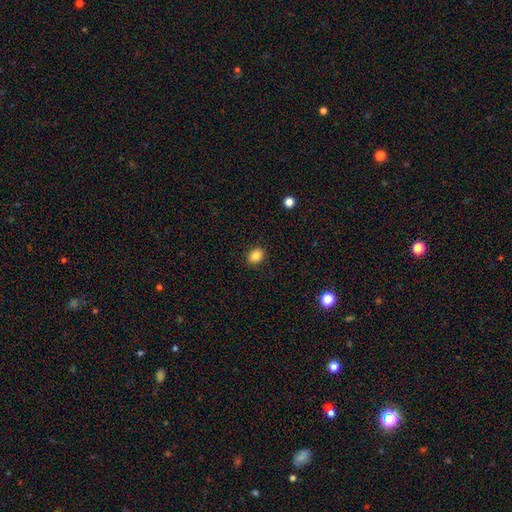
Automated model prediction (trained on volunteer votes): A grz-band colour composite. It shows a smooth galaxy with no disk features (85%) that is round (57%). Merging: none (90%).